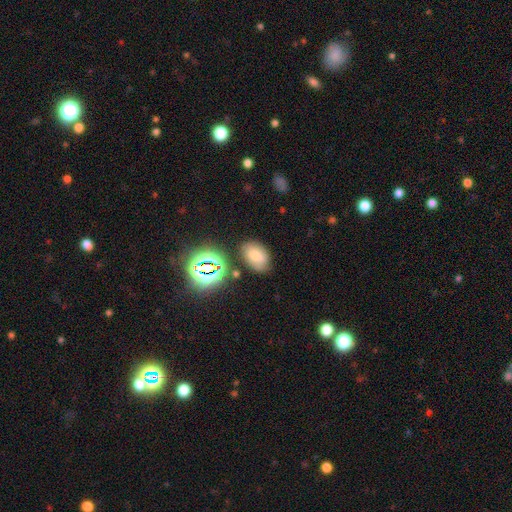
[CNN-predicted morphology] Overall: smooth (65%). How rounded: in between (85%). Merging: none (76%).